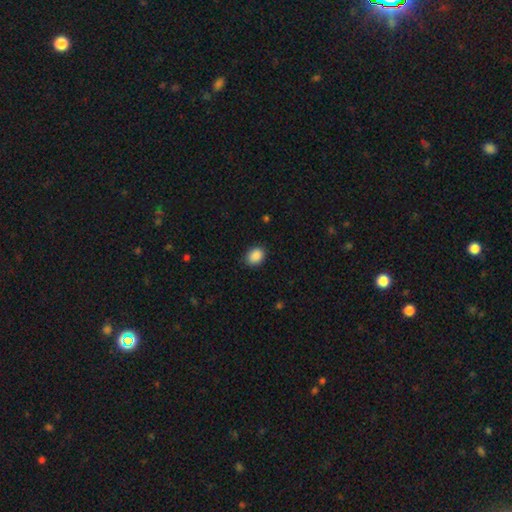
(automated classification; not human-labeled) A smooth galaxy with no disk features (89%) that is in between round and cigar-shaped (59%).

Vote fractions:
- Smooth or featured? smooth: 89% / star or artifact: 8% / featured or disk: 3%
- How rounded? in between: 59% / round: 40% / cigar-shaped: 1%
- Merging? none: 86% / minor disturbance: 11% / major disturbance: 2% / merger: 1%